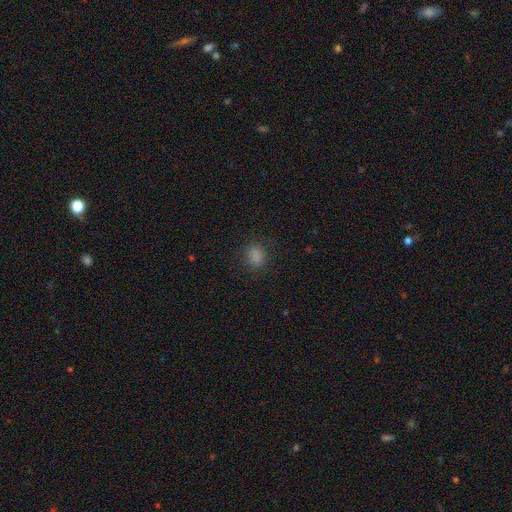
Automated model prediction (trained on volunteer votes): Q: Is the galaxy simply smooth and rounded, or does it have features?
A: smooth — 82%.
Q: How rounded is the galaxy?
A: round — 57%.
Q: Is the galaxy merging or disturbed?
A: none — 84%.